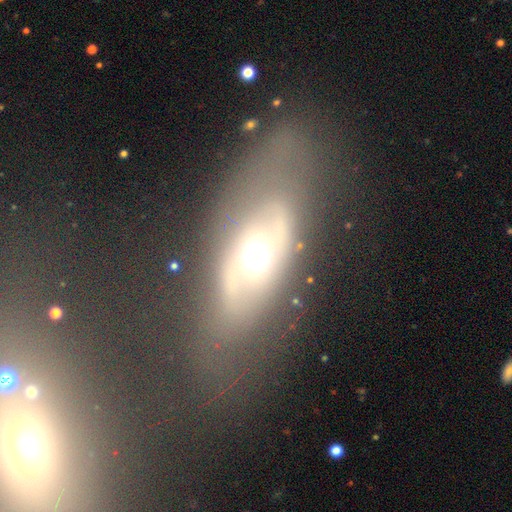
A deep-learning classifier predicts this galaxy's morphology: A featured or disk galaxy (71%) with no bar (68%), no spiral arms (51%) and a moderate central bulge (68%).

Vote fractions:
- Smooth or featured? featured or disk: 71% / smooth: 21% / star or artifact: 8%
- Edge-on disk? no: 83% / yes: 17%
- Bar? no: 68% / weak: 22% / strong: 10%
- Spiral arms? no: 51% / yes: 49%
- Bulge size? moderate: 68% / large: 15% / small: 14% / dominant: 2% / none: 1%
- Merging? none: 73% / minor disturbance: 15% / major disturbance: 9% / merger: 3%